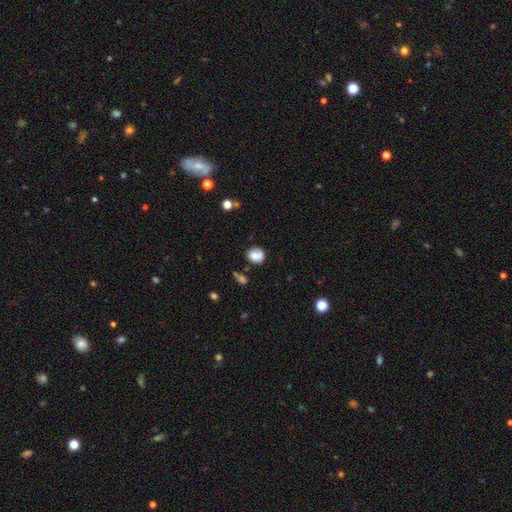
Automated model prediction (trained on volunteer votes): smooth-or-featured: smooth: 70% | featured or disk: 20% | star or artifact: 10%
  how-rounded: round: 70% | in between: 29% | cigar-shaped: 1%
  merging: none: 62% | minor disturbance: 21% | merger: 9% | major disturbance: 7%